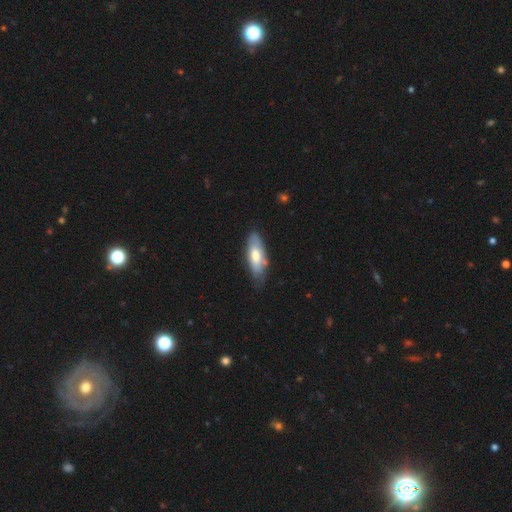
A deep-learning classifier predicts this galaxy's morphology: smooth_or_featured: smooth (p=0.64) [alt: featured or disk p=0.31]
how_rounded: in between (p=0.66) [alt: cigar-shaped p=0.32]
merging: none (p=0.67) [alt: minor disturbance p=0.26]